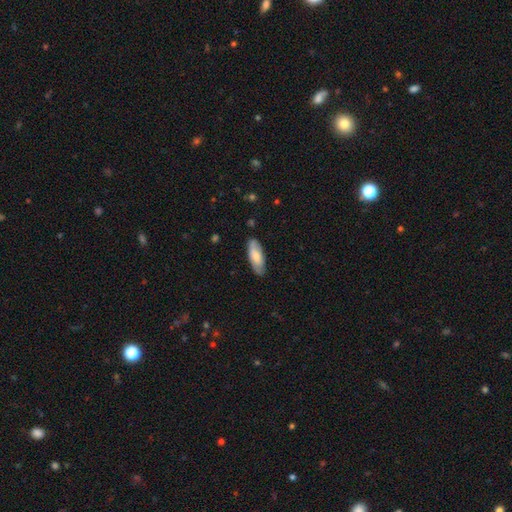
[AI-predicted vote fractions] A smooth galaxy with no disk features (67%) that is in between round and cigar-shaped (74%). Merging: none (82%).